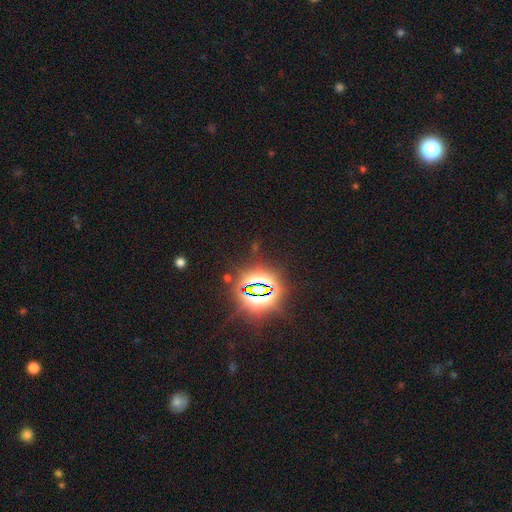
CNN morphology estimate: Smooth or featured? Predicted: star or artifact (p=0.82).